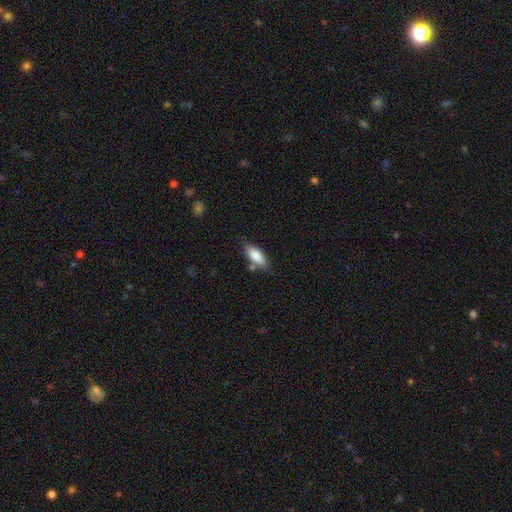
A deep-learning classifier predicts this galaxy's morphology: smooth_or_featured: smooth (p=0.79) [alt: featured or disk p=0.15]
how_rounded: in between (p=0.72) [alt: cigar-shaped p=0.26]
merging: none (p=0.70) [alt: minor disturbance p=0.17]